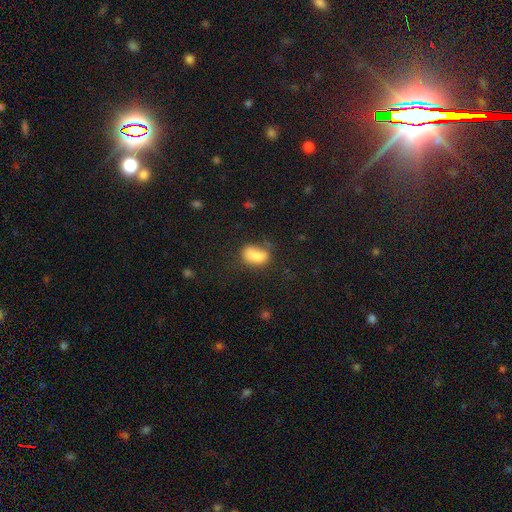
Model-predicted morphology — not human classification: smooth-or-featured: smooth: 77% | featured or disk: 13% | star or artifact: 10%
  how-rounded: in between: 85% | round: 11% | cigar-shaped: 4%
  merging: none: 42% | minor disturbance: 26% | merger: 18% | major disturbance: 15%